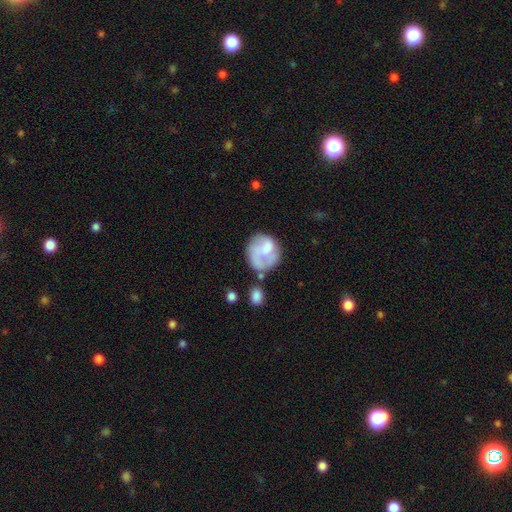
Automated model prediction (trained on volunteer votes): Morphology: type=smooth (55%); roundness=round (72%); merging=none (43%).